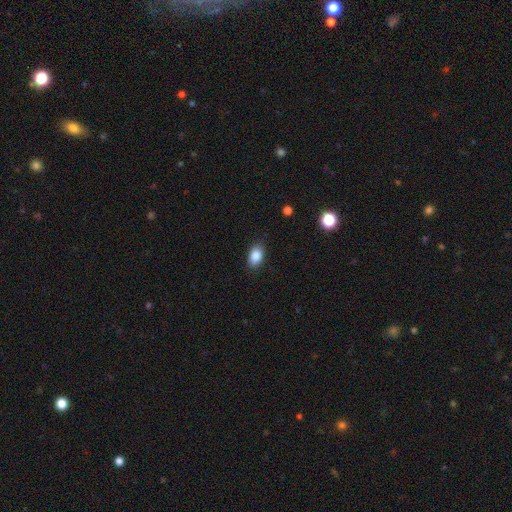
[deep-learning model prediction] Smooth or featured? Predicted: smooth (p=0.86). How rounded? Predicted: in between (p=0.87). Merging? Predicted: none (p=0.86).